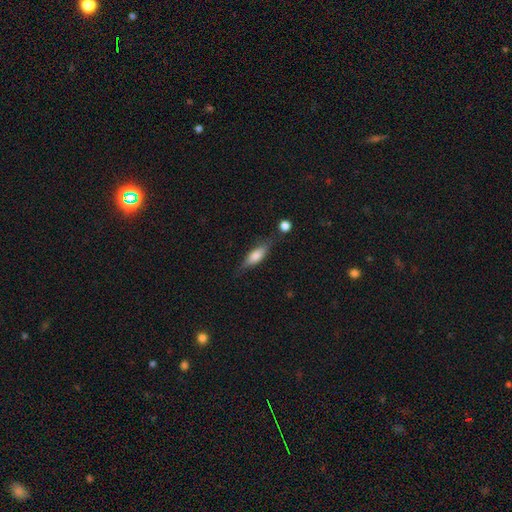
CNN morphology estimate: This appears to be a smooth galaxy with no disk features (65%) that is in between round and cigar-shaped (54%). Merging: none (70%).